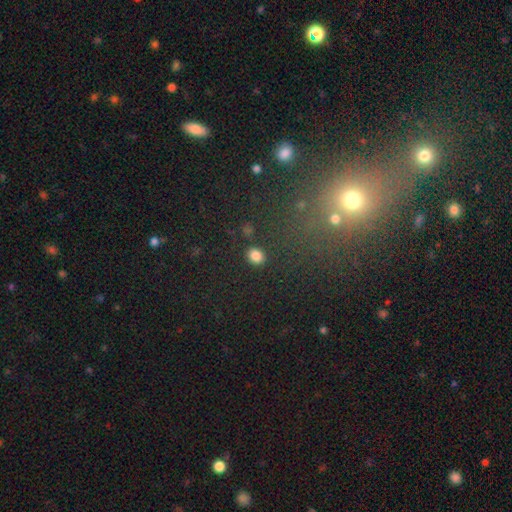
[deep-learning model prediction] Morphology: type=smooth (83%); roundness=round (59%); merging=none (86%).